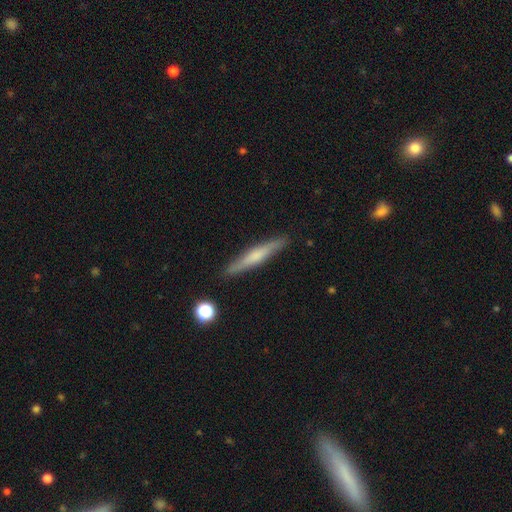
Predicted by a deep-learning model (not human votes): Smooth or featured? Predicted: smooth (p=0.48). Merging? Predicted: none (p=0.89).